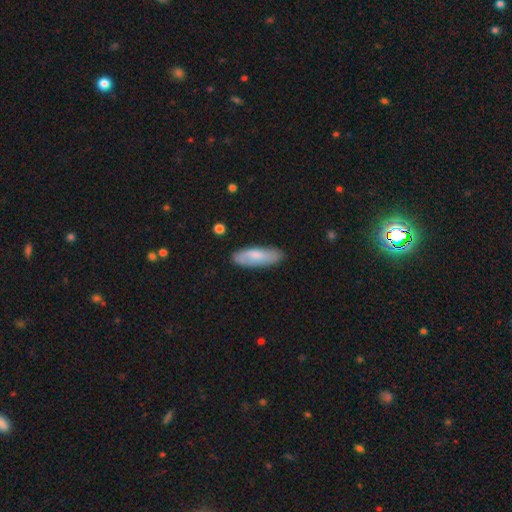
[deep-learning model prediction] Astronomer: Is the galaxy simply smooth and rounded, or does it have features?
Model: smooth — 71%.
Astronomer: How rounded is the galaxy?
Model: in between — 58% (runner-up: cigar-shaped, 40%).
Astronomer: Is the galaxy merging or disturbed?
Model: none — 82%.